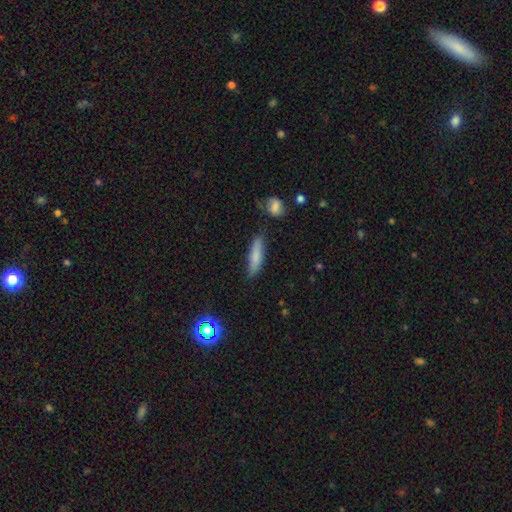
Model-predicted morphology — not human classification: This appears to be a smooth galaxy with no disk features (79%) that is cigar-shaped (74%). Merging: none (81%).